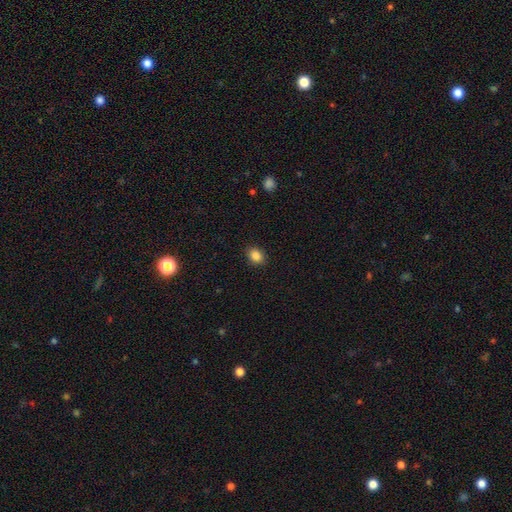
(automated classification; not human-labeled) Smooth or featured? smooth (86%)
How rounded? in between (52%)
Merging? none (89%)